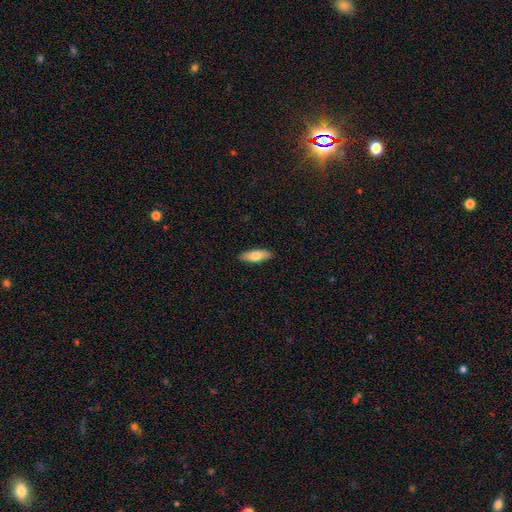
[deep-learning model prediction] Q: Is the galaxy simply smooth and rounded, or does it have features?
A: smooth — 75%.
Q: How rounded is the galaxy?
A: in between — 62%.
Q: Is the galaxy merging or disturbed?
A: none — 89%.